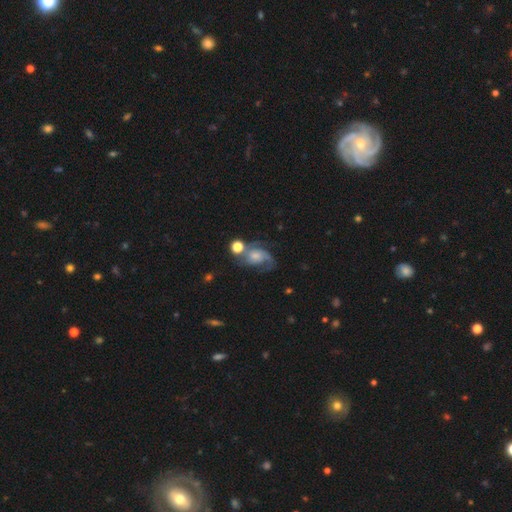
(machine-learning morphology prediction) smooth-or-featured: featured or disk: 78% | smooth: 14% | star or artifact: 8%
  disk-edge-on: no: 98% | yes: 2%
    bar: no: 69% | weak: 26% | strong: 5%
    has-spiral-arms: yes: 95% | no: 5%
      spiral-winding: medium: 50% | tight: 27% | loose: 22%
      spiral-arm-count: 2: 63% | 3: 14% | can't tell: 10% | 1: 8% | 4: 3% | more than 4: 3%
    bulge-size: small: 46% | moderate: 33% | none: 11% | large: 8% | dominant: 2%
  merging: none: 48% | minor disturbance: 20% | major disturbance: 18% | merger: 15%